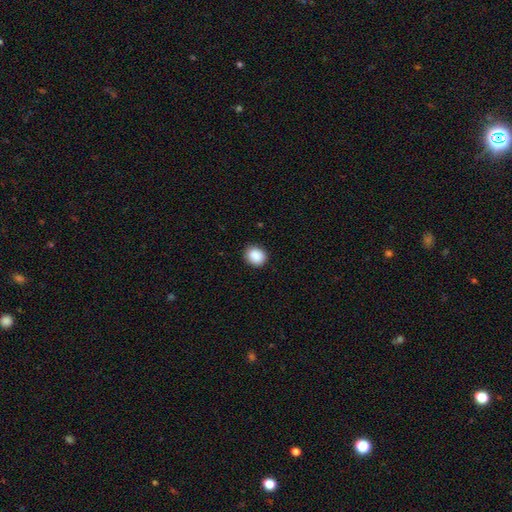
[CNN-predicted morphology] Q: Smooth or featured?
A: smooth (89%); runner-up: star or artifact (8%)
Q: How rounded?
A: round (66%); runner-up: in between (33%)
Q: Merging?
A: none (87%); runner-up: minor disturbance (10%)